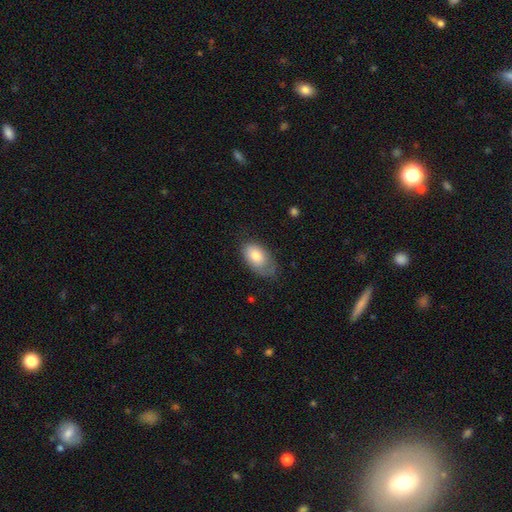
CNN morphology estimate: smooth 76%, featured or disk 17%, star or artifact 7%. Down the decision tree: how rounded — in between (93%); merging — none (54%).